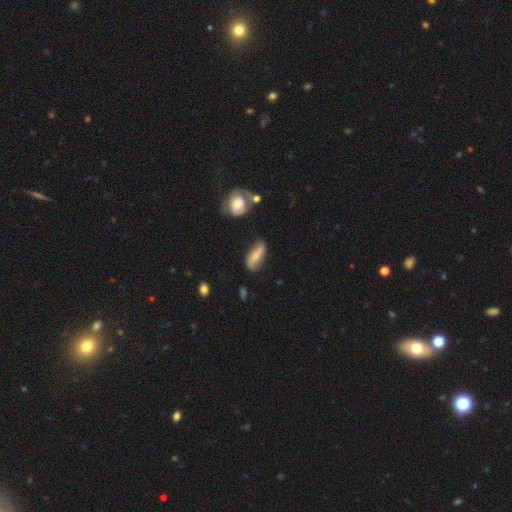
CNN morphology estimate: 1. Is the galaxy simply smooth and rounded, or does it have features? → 57% smooth, 36% featured or disk, 7% star or artifact.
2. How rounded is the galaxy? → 58% in between, 37% cigar-shaped, 4% round.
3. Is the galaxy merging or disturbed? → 72% none, 19% minor disturbance, 5% major disturbance, 3% merger.